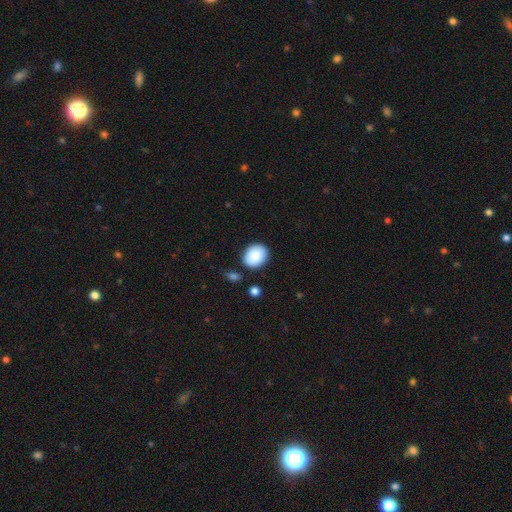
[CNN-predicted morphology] smooth 89%, star or artifact 7%, featured or disk 4%. Down the decision tree: how rounded — in between (53%); merging — none (82%).